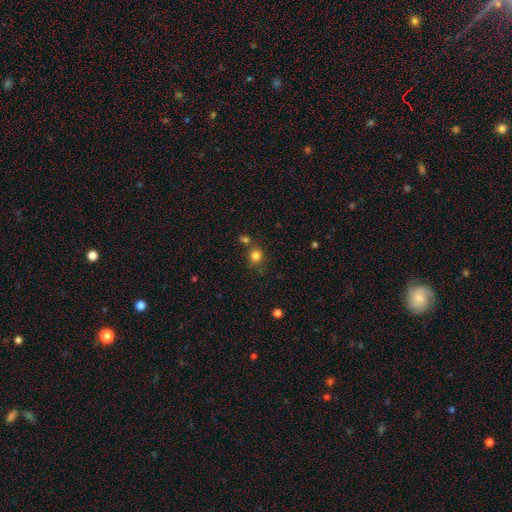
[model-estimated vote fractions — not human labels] Overall: smooth (81%). How rounded: round (79%). Merging: none (71%).